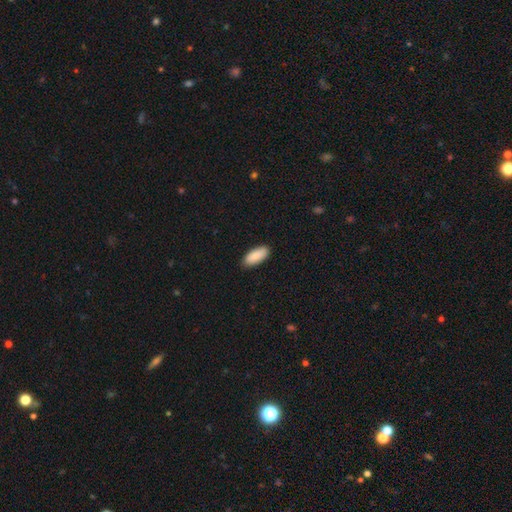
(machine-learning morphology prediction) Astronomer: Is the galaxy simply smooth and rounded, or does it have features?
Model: smooth — 89%.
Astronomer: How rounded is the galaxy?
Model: in between — 87%.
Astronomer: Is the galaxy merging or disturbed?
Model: none — 89%.